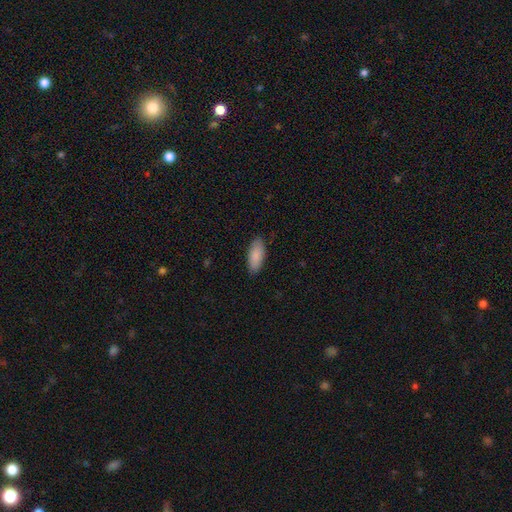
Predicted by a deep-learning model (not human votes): Smooth or featured? Predicted: smooth (p=0.89). How rounded? Predicted: in between (p=0.84). Merging? Predicted: none (p=0.87).